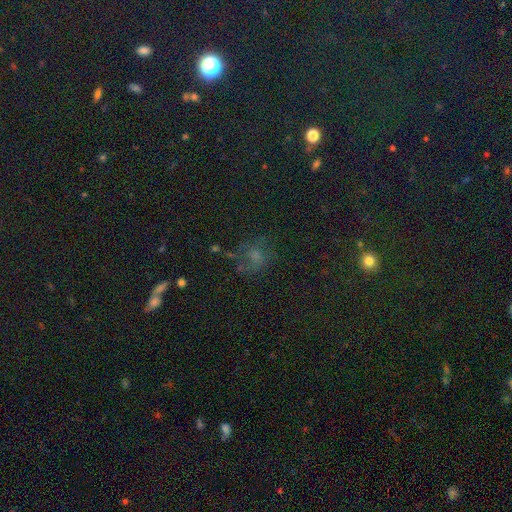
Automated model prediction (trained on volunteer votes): Smooth or featured?
  - smooth: 47% *
  - star or artifact: 33%
  - featured or disk: 20%
Merging?
  - none: 55% *
  - minor disturbance: 21%
  - major disturbance: 18%
  - merger: 6%